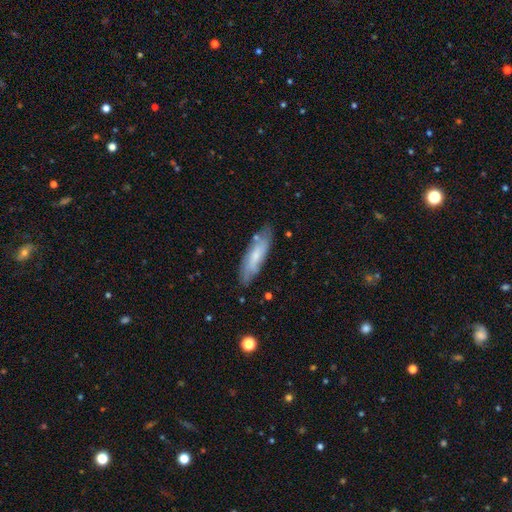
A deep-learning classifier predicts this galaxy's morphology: A smooth galaxy with no disk features (56%) that is cigar-shaped (58%).

Vote fractions:
- Smooth or featured? smooth: 56% / featured or disk: 38% / star or artifact: 6%
- How rounded? cigar-shaped: 58% / in between: 41% / round: 2%
- Merging? none: 76% / minor disturbance: 18% / major disturbance: 4% / merger: 3%